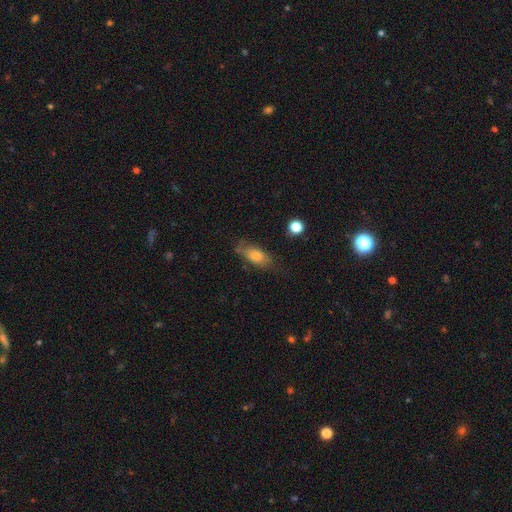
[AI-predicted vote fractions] This is likely a smooth galaxy (72%). How rounded: clearly in between (82%). Merging: likely none (63%).